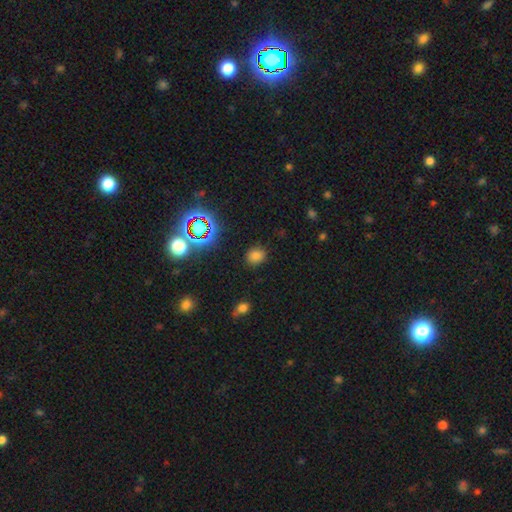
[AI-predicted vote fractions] A smooth galaxy with no disk features (73%) that is round (63%).

Vote fractions:
- Smooth or featured? smooth: 73% / star or artifact: 21% / featured or disk: 6%
- How rounded? round: 63% / in between: 36% / cigar-shaped: 1%
- Merging? none: 86% / minor disturbance: 10% / major disturbance: 3% / merger: 2%